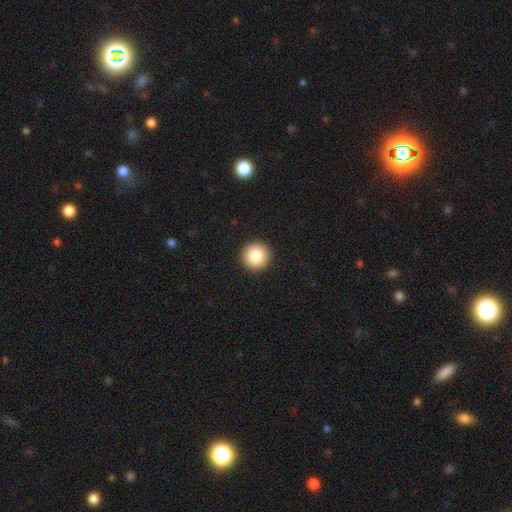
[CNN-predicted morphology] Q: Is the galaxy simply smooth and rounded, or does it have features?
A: smooth — 86%.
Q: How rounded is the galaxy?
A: round — 96%.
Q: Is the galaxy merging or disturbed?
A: none — 94%.